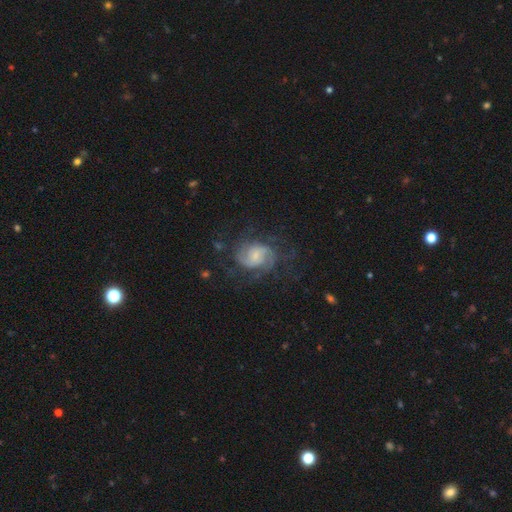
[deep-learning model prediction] Q: Smooth or featured?
A: featured or disk (80%); runner-up: smooth (13%)
Q: Edge-on disk?
A: no (98%); runner-up: yes (2%)
Q: Bar?
A: no (52%); runner-up: weak (41%)
Q: Spiral arms?
A: yes (94%); runner-up: no (6%)
Q: Spiral winding?
A: medium (46%); runner-up: tight (37%)
Q: Spiral arm count?
A: 2 (52%); runner-up: can't tell (21%)
Q: Bulge size?
A: small (61%); runner-up: moderate (26%)
Q: Merging?
A: none (62%); runner-up: minor disturbance (18%)